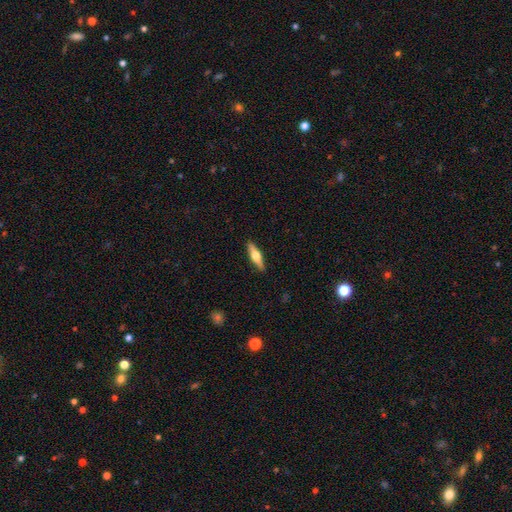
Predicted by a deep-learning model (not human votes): Q: Smooth or featured?
A: featured or disk (54%); runner-up: smooth (41%)
Q: Edge-on disk?
A: yes (94%); runner-up: no (6%)
Q: Edge-on bulge?
A: rounded (94%); runner-up: boxy (3%)
Q: Merging?
A: none (90%); runner-up: minor disturbance (7%)